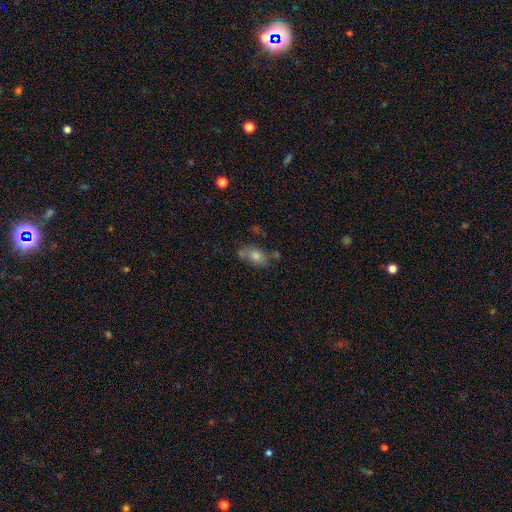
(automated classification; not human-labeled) Overall: smooth (63%). How rounded: in between (73%). Merging: none (56%; minor disturbance 19%).